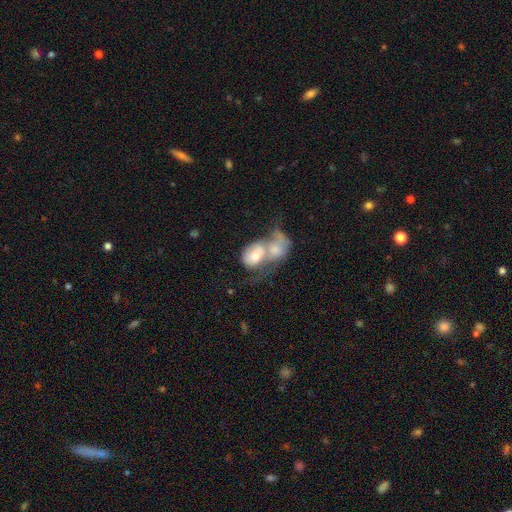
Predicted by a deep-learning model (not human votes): smooth_or_featured: smooth (p=0.56) [alt: featured or disk p=0.36]
how_rounded: in between (p=0.66) [alt: round p=0.32]
merging: merger (p=0.79) [alt: major disturbance p=0.10]